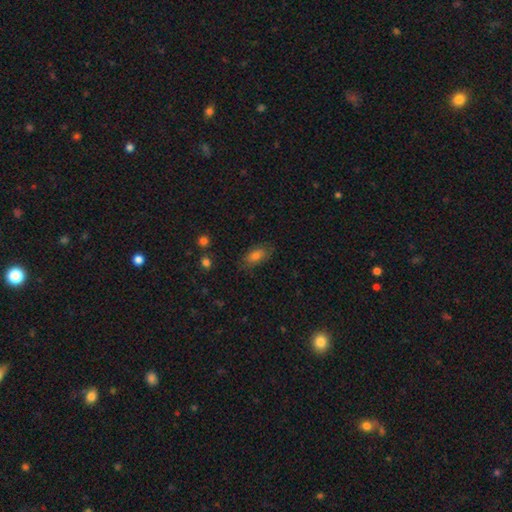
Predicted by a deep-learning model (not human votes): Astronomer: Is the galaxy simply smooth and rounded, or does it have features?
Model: smooth — 71%.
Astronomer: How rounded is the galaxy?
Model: in between — 87%.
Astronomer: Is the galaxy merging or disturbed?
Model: none — 76%.